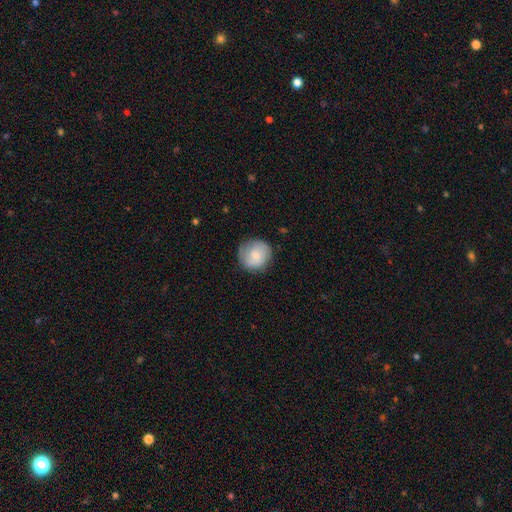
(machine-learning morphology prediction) This is likely a smooth galaxy (72%). How rounded: clearly round (89%). Merging: likely none (77%).